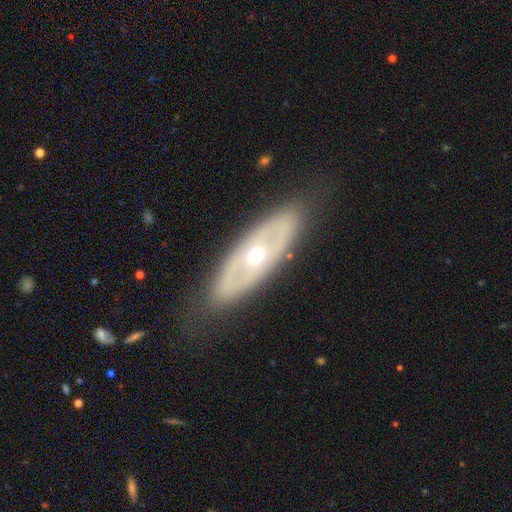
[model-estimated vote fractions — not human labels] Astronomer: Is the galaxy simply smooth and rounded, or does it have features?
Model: featured or disk — 64%.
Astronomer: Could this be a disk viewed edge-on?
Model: no — 77%.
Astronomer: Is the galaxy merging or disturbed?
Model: none — 83%.